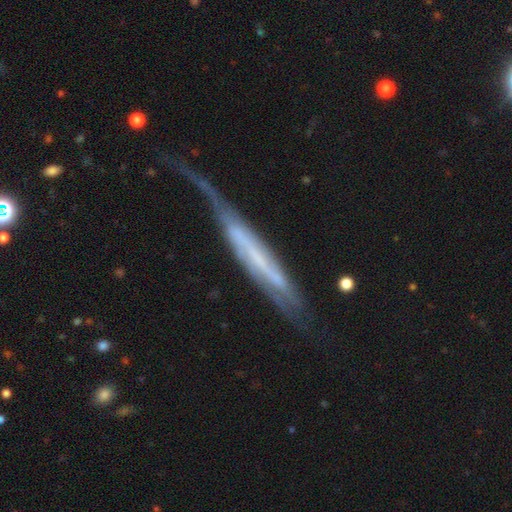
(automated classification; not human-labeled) A featured or disk galaxy (69%) viewed edge-on (70%).

Vote fractions:
- Smooth or featured? featured or disk: 69% / smooth: 24% / star or artifact: 7%
- Edge-on disk? yes: 70% / no: 30%
- Merging? none: 35% / major disturbance: 34% / minor disturbance: 27% / merger: 4%